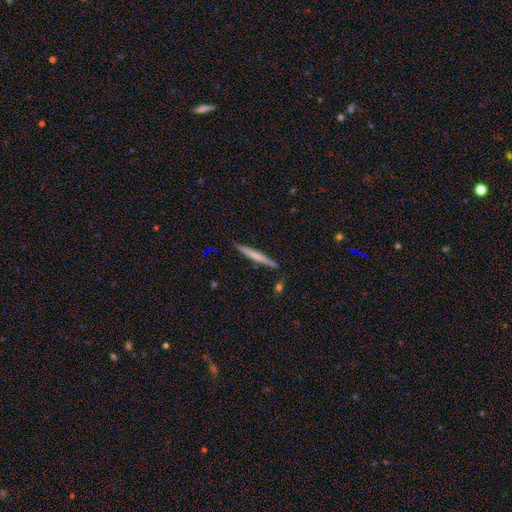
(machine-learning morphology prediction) type=smooth (55%); roundness=cigar-shaped (96%); merging=none (88%).